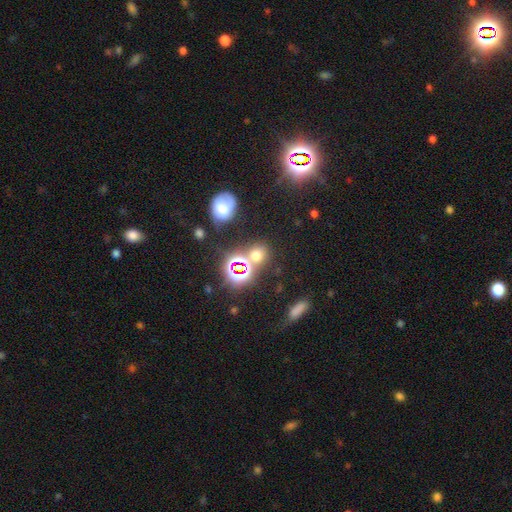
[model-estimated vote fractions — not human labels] Smooth or featured? smooth (53%)
How rounded? round (77%)
Merging? none (68%)